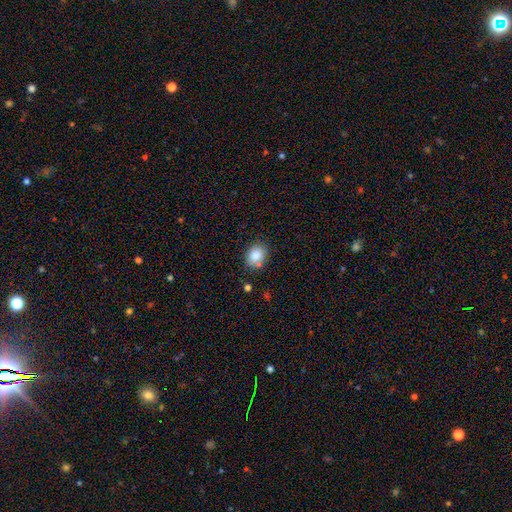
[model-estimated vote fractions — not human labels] Overall: smooth (85%). How rounded: in between (55%; round 44%). Merging: none (76%).